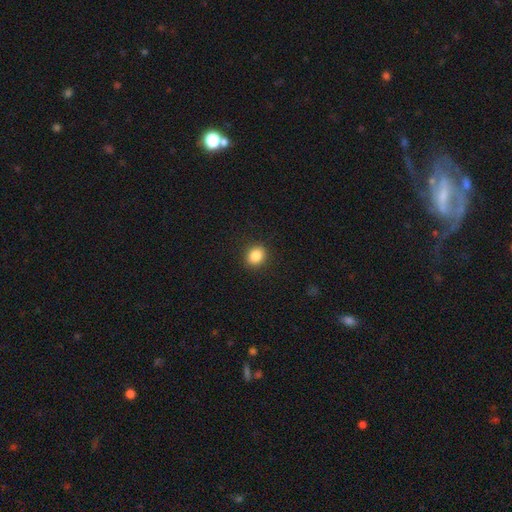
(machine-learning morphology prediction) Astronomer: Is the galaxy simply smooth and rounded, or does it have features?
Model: smooth — 86%.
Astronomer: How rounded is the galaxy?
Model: round — 65%.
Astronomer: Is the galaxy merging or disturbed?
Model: none — 90%.